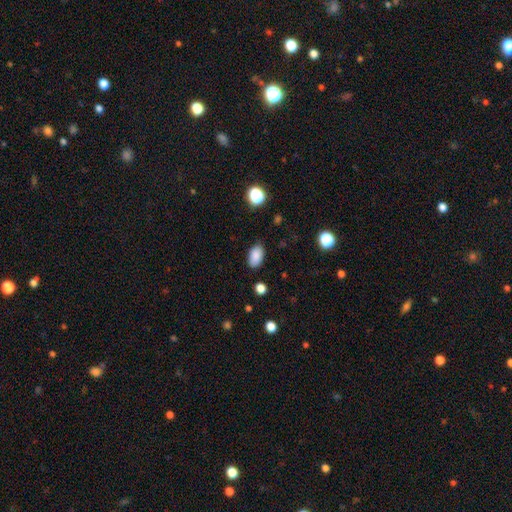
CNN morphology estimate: The model was most divided on "merging": none: 85%, minor disturbance: 11%, major disturbance: 3%, merger: 1%. More confident: how rounded — in between (92%); smooth or featured — smooth (87%).